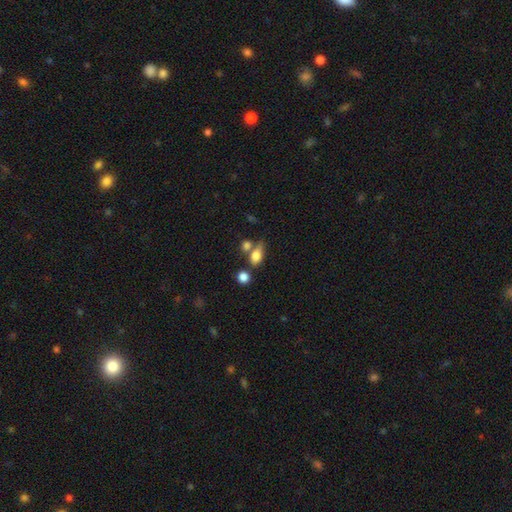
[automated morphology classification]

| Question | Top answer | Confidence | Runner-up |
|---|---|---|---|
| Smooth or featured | smooth | 77% | featured or disk (13%) |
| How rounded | in between | 75% | round (19%) |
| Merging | none | 41% | merger (33%) |